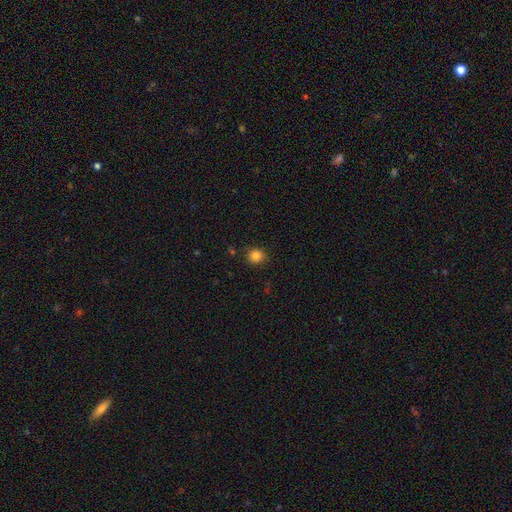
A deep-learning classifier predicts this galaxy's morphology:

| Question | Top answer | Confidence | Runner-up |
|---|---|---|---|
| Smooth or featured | smooth | 85% | star or artifact (12%) |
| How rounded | round | 87% | in between (12%) |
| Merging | none | 87% | minor disturbance (9%) |